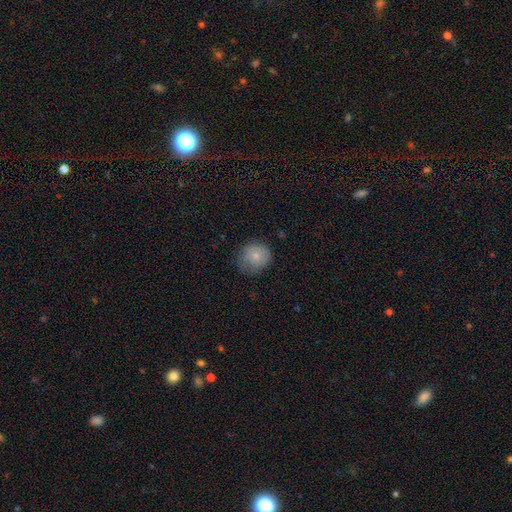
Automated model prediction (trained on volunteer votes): This appears to be a smooth galaxy with no disk features (76%) that is round (84%). Merging: none (66%).